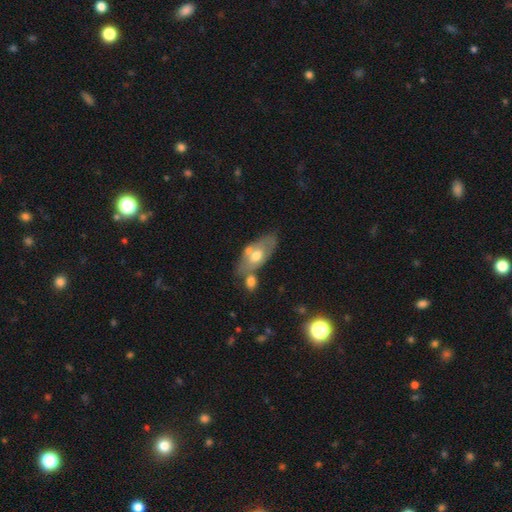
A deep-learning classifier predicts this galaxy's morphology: type=smooth (49%); merging=none (44%).